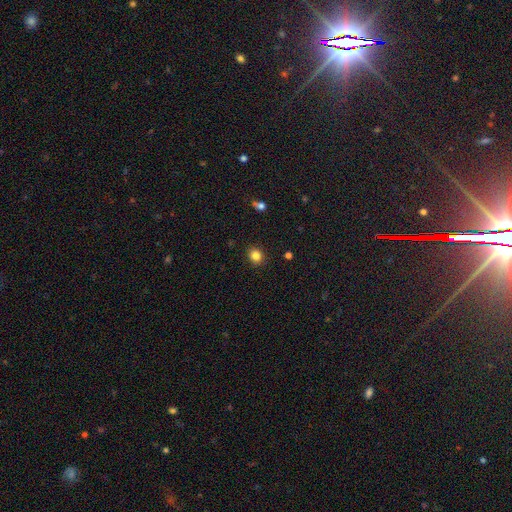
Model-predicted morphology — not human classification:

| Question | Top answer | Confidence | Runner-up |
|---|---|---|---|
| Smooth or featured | smooth | 84% | star or artifact (12%) |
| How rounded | round | 74% | in between (25%) |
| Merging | none | 90% | minor disturbance (7%) |